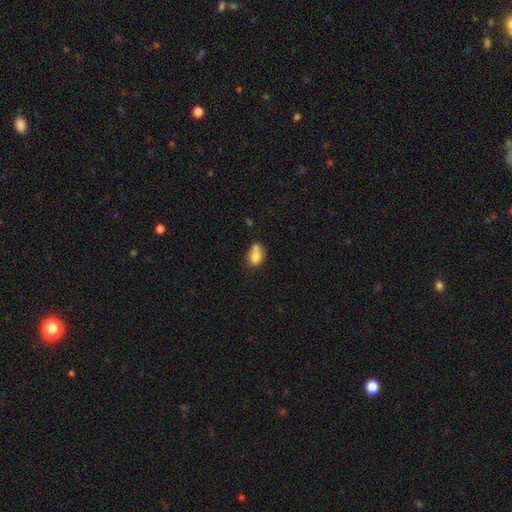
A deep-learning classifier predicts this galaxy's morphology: A smooth galaxy with no disk features (77%) that is in between round and cigar-shaped (68%). Merging: none (36%).